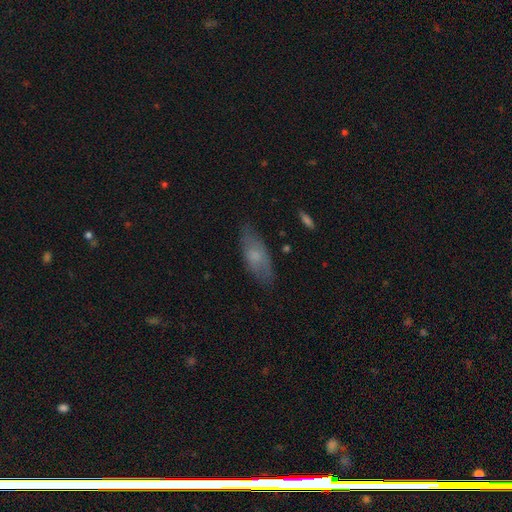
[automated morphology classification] Smooth or featured? smooth (64%)
How rounded? in between (76%)
Merging? none (72%)